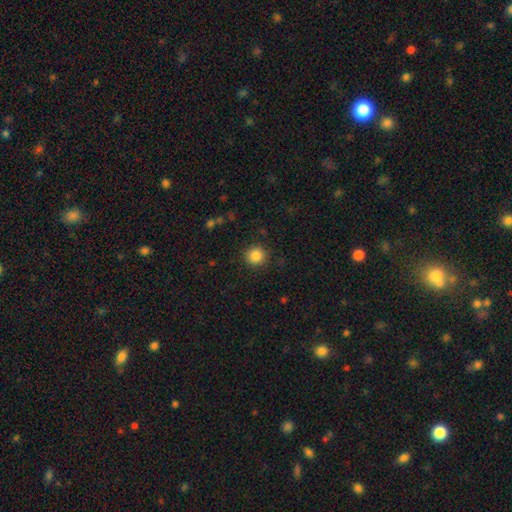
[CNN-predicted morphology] smooth_or_featured: smooth (p=0.86) [alt: star or artifact p=0.11]
how_rounded: round (p=0.93) [alt: in between p=0.06]
merging: none (p=0.89) [alt: minor disturbance p=0.07]